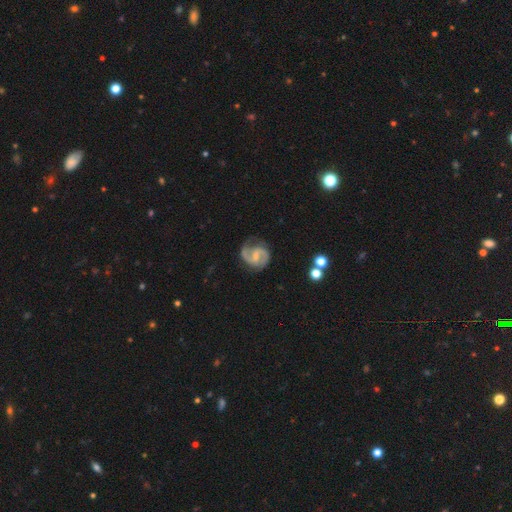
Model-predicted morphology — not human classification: smooth-or-featured: featured or disk: 89% | smooth: 7% | star or artifact: 4%
  disk-edge-on: no: 98% | yes: 2%
    bar: weak: 55% | no: 24% | strong: 22%
    has-spiral-arms: yes: 97% | no: 3%
      spiral-winding: medium: 58% | tight: 21% | loose: 21%
      spiral-arm-count: 2: 92% | can't tell: 3% | 1: 2% | 3: 1% | 4: 1% | more than 4: 1%
    bulge-size: small: 49% | moderate: 26% | none: 23% | large: 2% | dominant: 1%
  merging: none: 74% | minor disturbance: 17% | major disturbance: 7% | merger: 2%